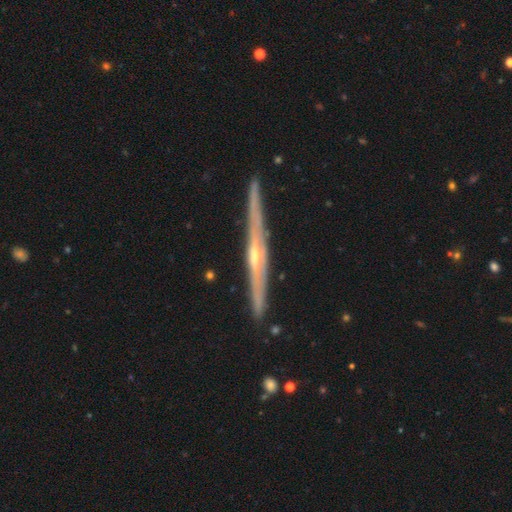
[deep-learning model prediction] Smooth or featured?
  - featured or disk: 85% *
  - smooth: 10%
  - star or artifact: 5%
Edge-on disk?
  - yes: 98% *
  - no: 2%
Edge-on bulge?
  - rounded: 75% *
  - none: 17%
  - boxy: 7%
Merging?
  - none: 90% *
  - minor disturbance: 7%
  - merger: 1%
  - major disturbance: 1%